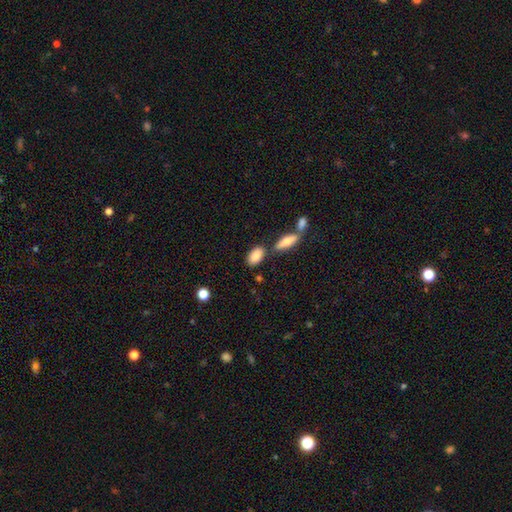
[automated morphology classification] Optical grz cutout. It shows a smooth galaxy with no disk features (86%) that is in between round and cigar-shaped (91%). Merging: none (68%).